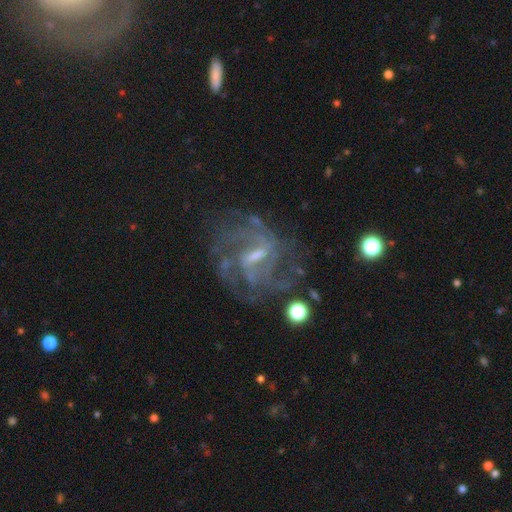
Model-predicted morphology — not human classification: This is clearly a featured or disk galaxy (85%). It is clearly not viewed edge-on (97%). Bar: possibly weak (53%). Spiral arm pattern: clearly yes (89%). Spiral arm count: marginally can't tell (34%). Spiral winding: possibly medium (48%). Central bulge: marginally small (42%). Merging: likely none (60%).